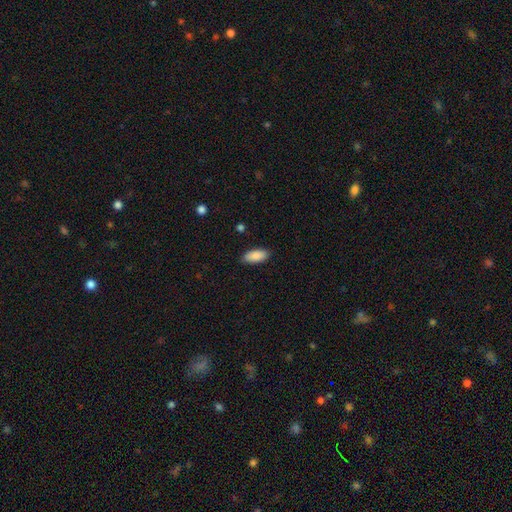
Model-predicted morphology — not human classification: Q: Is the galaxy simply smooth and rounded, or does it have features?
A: smooth — 87%.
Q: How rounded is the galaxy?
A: in between — 88%.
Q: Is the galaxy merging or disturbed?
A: none — 87%.